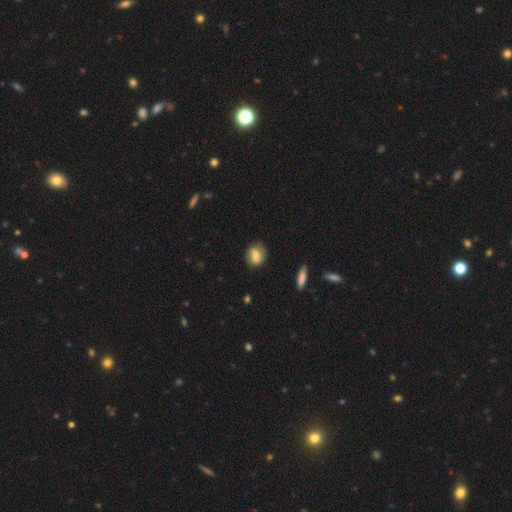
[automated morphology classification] smooth 72%, featured or disk 20%, star or artifact 8%. Down the decision tree: how rounded — in between (54%); merging — none (73%).